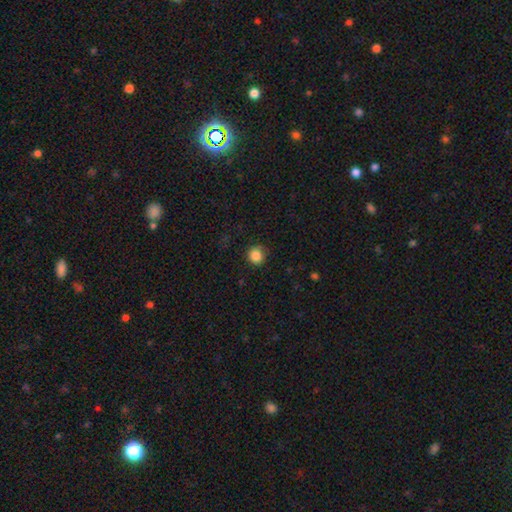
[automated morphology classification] smooth_or_featured: smooth (p=0.85) [alt: star or artifact p=0.10]
how_rounded: round (p=0.88) [alt: in between p=0.11]
merging: none (p=0.75) [alt: minor disturbance p=0.19]